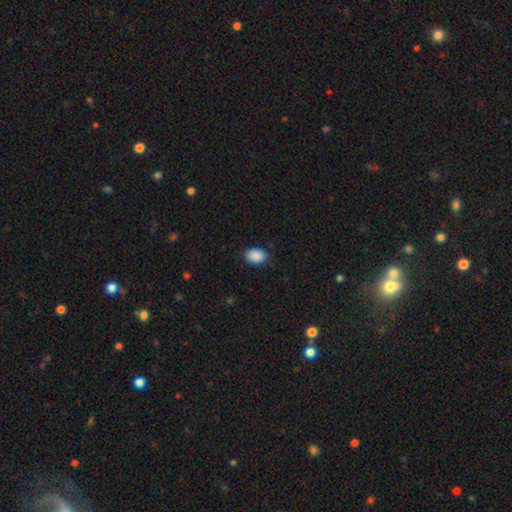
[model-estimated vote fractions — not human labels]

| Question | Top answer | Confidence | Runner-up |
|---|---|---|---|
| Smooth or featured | smooth | 89% | star or artifact (8%) |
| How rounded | in between | 81% | round (18%) |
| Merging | none | 81% | minor disturbance (15%) |